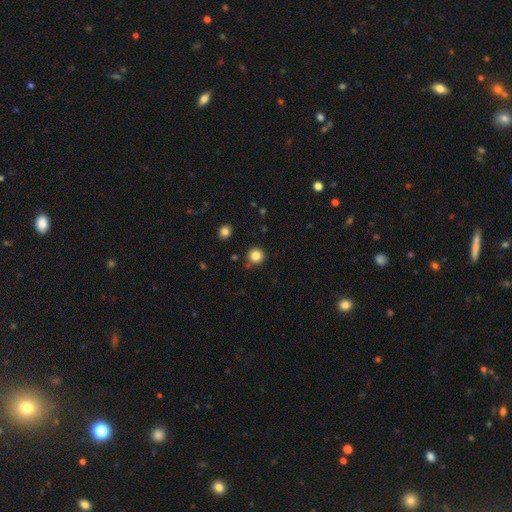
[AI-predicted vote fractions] Morphology: type=smooth (84%); roundness=round (94%); merging=none (86%).